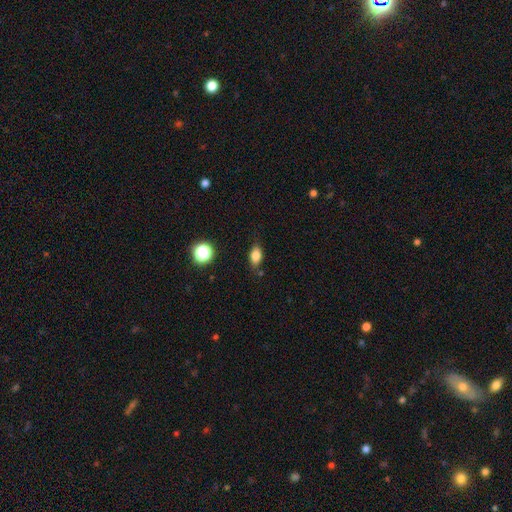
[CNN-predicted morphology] The model was most divided on "merging": none: 77%, minor disturbance: 17%, major disturbance: 4%, merger: 3%. More confident: how rounded — in between (82%); smooth or featured — smooth (81%).